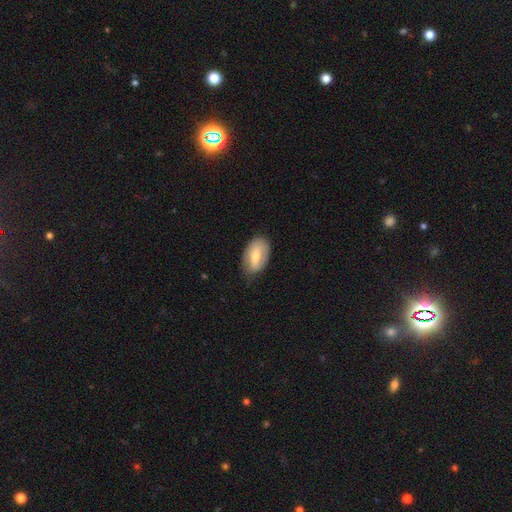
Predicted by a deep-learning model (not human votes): Smooth or featured? smooth (57%)
How rounded? in between (92%)
Merging? none (74%)